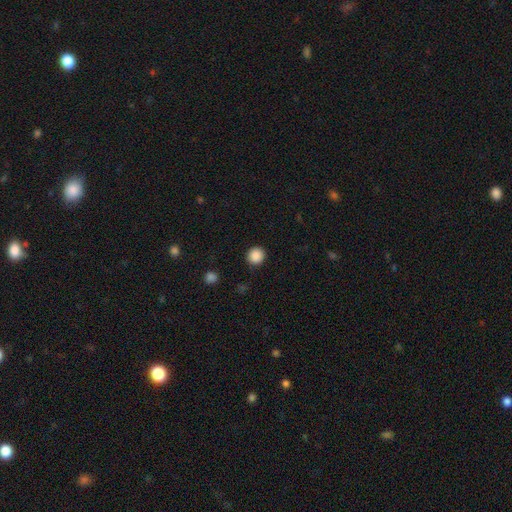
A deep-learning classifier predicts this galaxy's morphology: type=smooth (88%); roundness=round (94%); merging=none (92%).